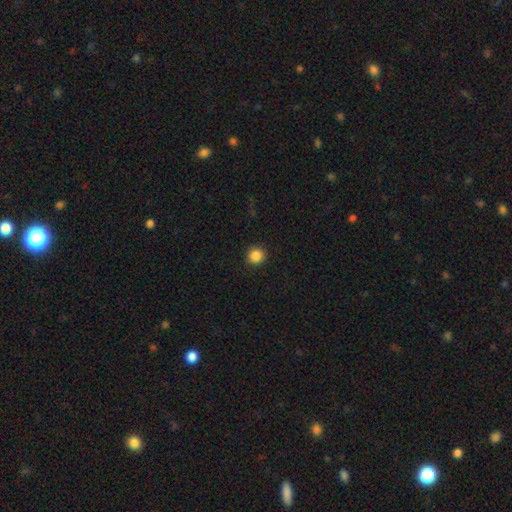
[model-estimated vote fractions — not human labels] This appears to be a smooth galaxy with no disk features (87%) that is round (94%). Merging: none (92%).